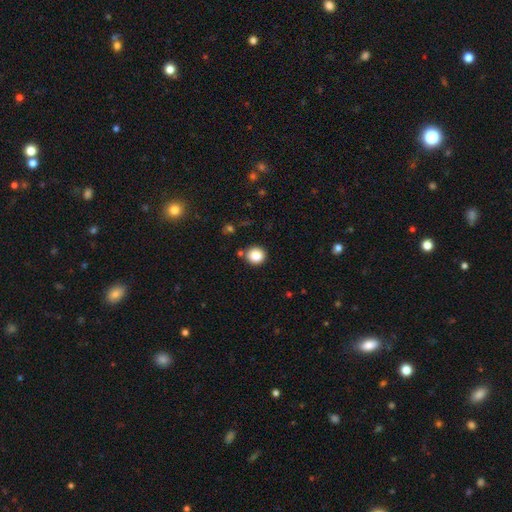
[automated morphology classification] This is clearly a smooth galaxy (86%). How rounded: clearly round (91%). Merging: clearly none (87%).